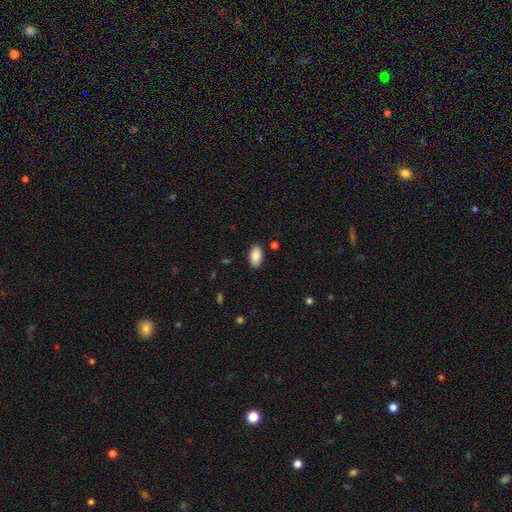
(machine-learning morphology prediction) smooth-or-featured: smooth: 89% | star or artifact: 7% | featured or disk: 4%
  how-rounded: in between: 94% | round: 4% | cigar-shaped: 2%
  merging: none: 87% | minor disturbance: 9% | major disturbance: 2% | merger: 1%